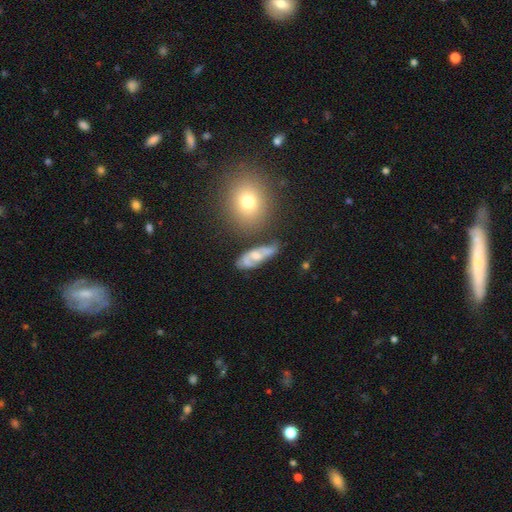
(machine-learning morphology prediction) smooth_or_featured: featured or disk (p=0.60) [alt: smooth p=0.32]
disk_edge_on: no (p=0.83) [alt: yes p=0.17]
merging: none (p=0.55) [alt: minor disturbance p=0.22]